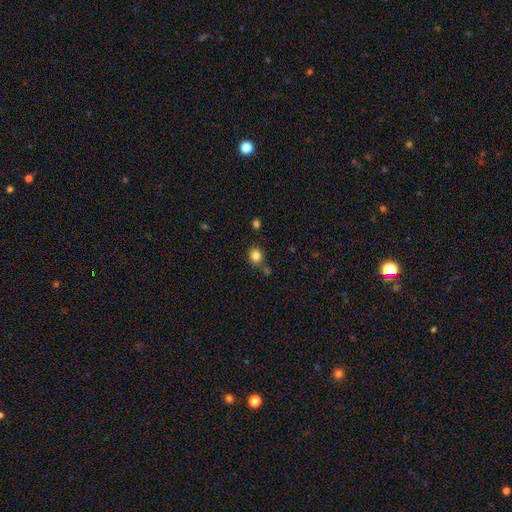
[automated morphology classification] Overall: smooth (83%). How rounded: round (77%). Merging: none (71%).